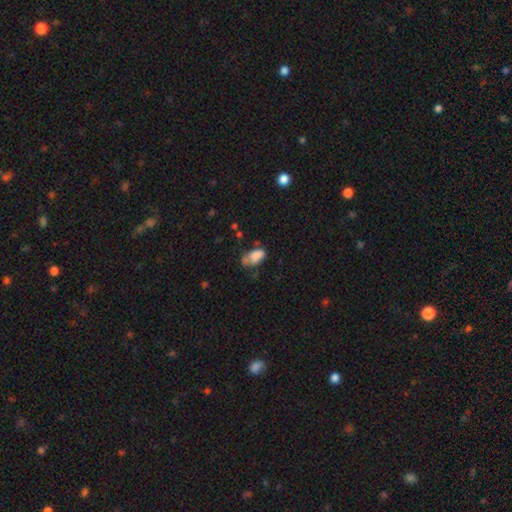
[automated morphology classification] Smooth or featured?
  - smooth: 73% *
  - featured or disk: 17%
  - star or artifact: 10%
How rounded?
  - in between: 90% *
  - round: 7%
  - cigar-shaped: 3%
Merging?
  - none: 35% *
  - minor disturbance: 30%
  - major disturbance: 19%
  - merger: 16%